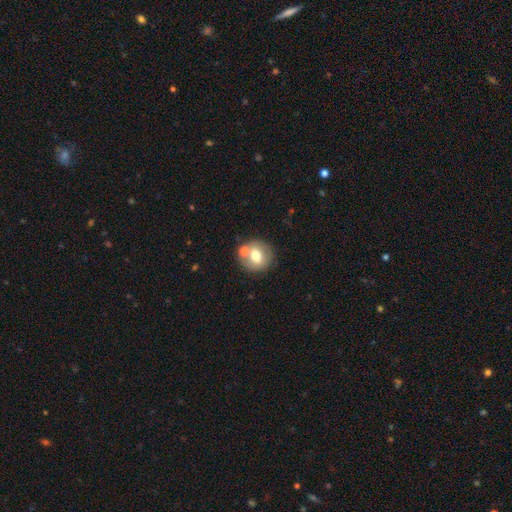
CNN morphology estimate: type=smooth (65%); roundness=round (83%); merging=none (66%).